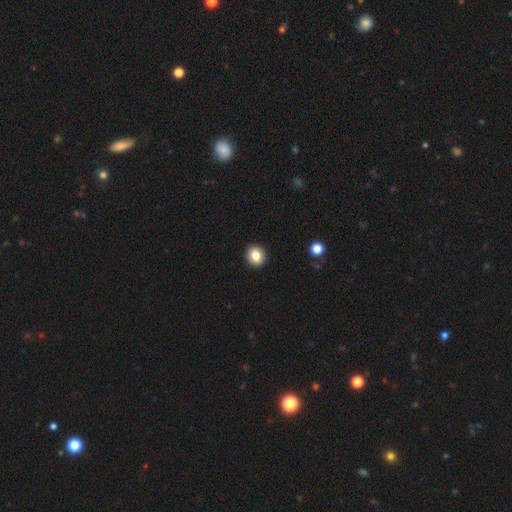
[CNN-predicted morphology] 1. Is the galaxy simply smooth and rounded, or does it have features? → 84% smooth, 9% star or artifact, 6% featured or disk.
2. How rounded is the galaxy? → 83% round, 17% in between, 1% cigar-shaped.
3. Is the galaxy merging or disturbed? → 93% none, 5% minor disturbance, 1% major disturbance, 1% merger.